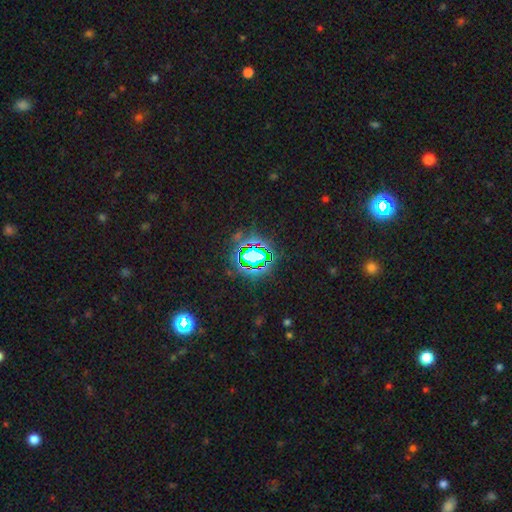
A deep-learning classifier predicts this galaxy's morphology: smooth-or-featured: star or artifact: 80% | smooth: 13% | featured or disk: 7%